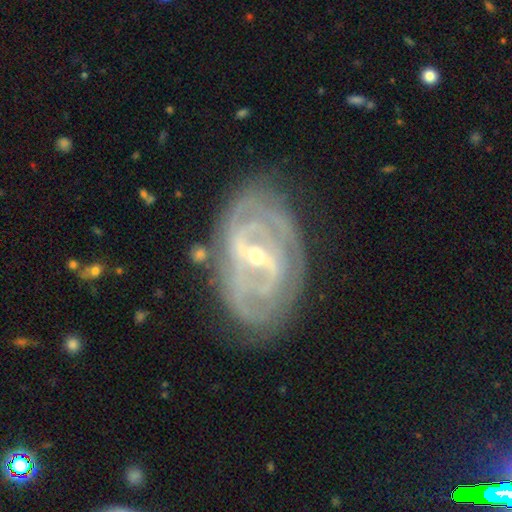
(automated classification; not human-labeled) Q: Smooth or featured?
A: featured or disk (89%); runner-up: smooth (6%)
Q: Edge-on disk?
A: no (95%); runner-up: yes (5%)
Q: Bar?
A: strong (50%); runner-up: weak (37%)
Q: Spiral arms?
A: yes (93%); runner-up: no (7%)
Q: Spiral winding?
A: tight (67%); runner-up: medium (26%)
Q: Spiral arm count?
A: 2 (35%); runner-up: can't tell (30%)
Q: Bulge size?
A: small (62%); runner-up: moderate (36%)
Q: Merging?
A: none (75%); runner-up: minor disturbance (17%)